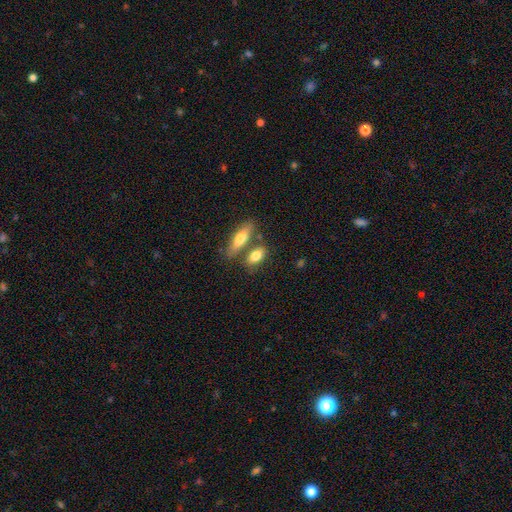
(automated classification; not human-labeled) Overall: smooth (78%). How rounded: in between (77%). Merging: none (55%; merger 29%).